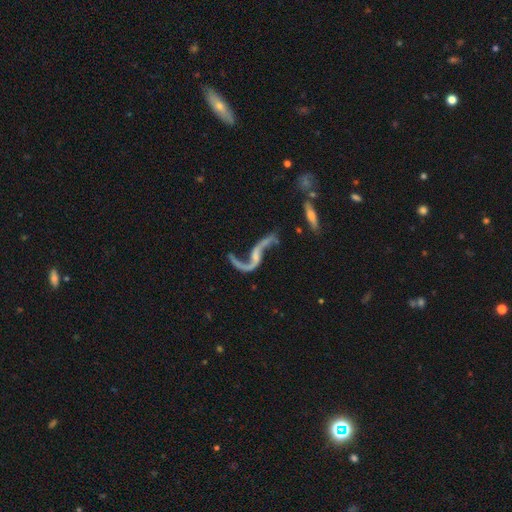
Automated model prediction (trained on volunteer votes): Smooth or featured?
  - featured or disk: 87% *
  - star or artifact: 7%
  - smooth: 5%
Edge-on disk?
  - no: 91% *
  - yes: 9%
Bar?
  - no: 51% *
  - weak: 32%
  - strong: 17%
Spiral arms?
  - yes: 93% *
  - no: 7%
Spiral winding?
  - loose: 93% *
  - medium: 5%
  - tight: 2%
Spiral arm count?
  - 2: 90% *
  - 1: 6%
  - can't tell: 2%
  - 3: 1%
  - 4: 1%
  - more than 4: 1%
Bulge size?
  - small: 48% *
  - none: 32%
  - moderate: 16%
  - large: 2%
  - dominant: 2%
Merging?
  - none: 52% *
  - major disturbance: 21%
  - minor disturbance: 17%
  - merger: 11%